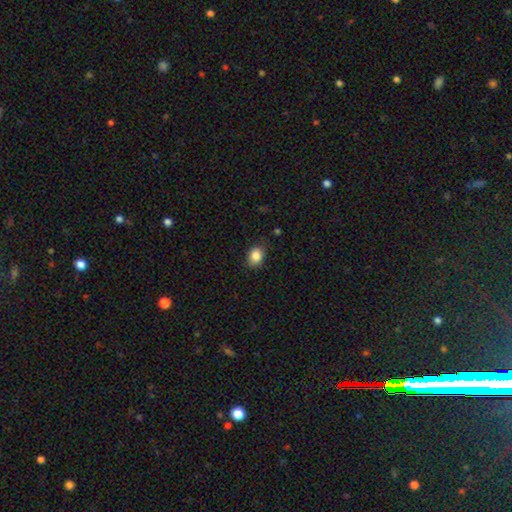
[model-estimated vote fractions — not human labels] Smooth or featured: smooth — 85% (star or artifact — 10%)
How rounded: in between — 51% (round — 48%)
Merging: none — 82% (minor disturbance — 14%)